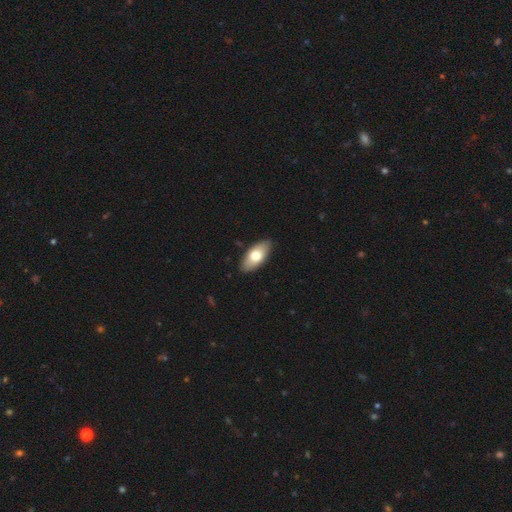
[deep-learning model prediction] Morphology: type=smooth (70%); roundness=in between (89%); merging=none (88%).